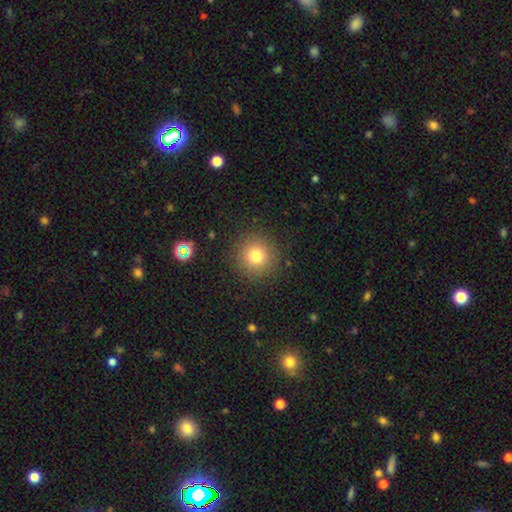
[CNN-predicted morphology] type=smooth (77%); roundness=round (95%); merging=none (90%).